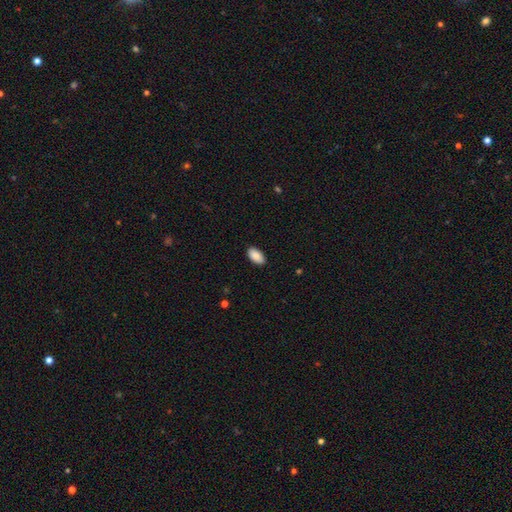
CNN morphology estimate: This appears to be a smooth galaxy with no disk features (89%) that is in between round and cigar-shaped (95%). Merging: none (89%).